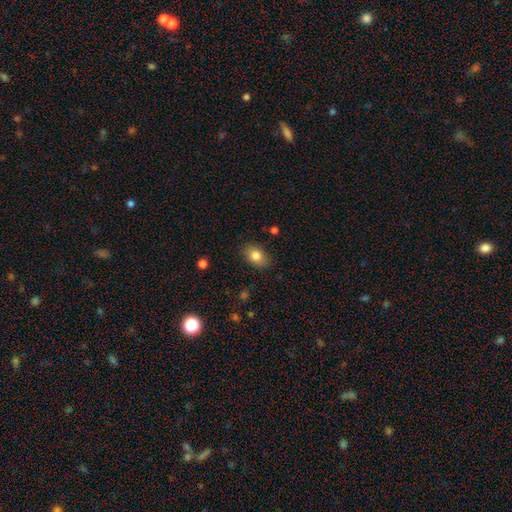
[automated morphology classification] Smooth or featured? Predicted: smooth (p=0.83). How rounded? Predicted: in between (p=0.79). Merging? Predicted: none (p=0.84).